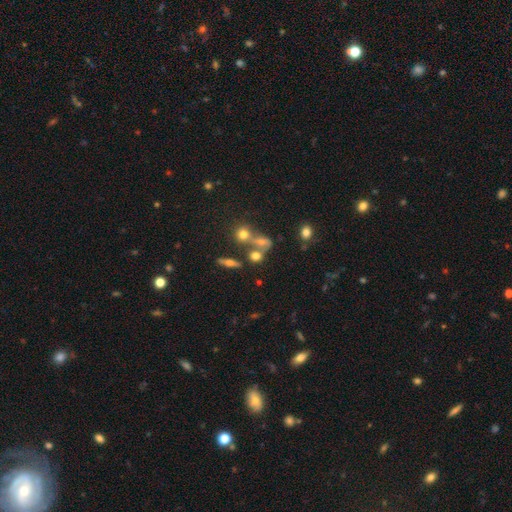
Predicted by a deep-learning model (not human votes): Overall: smooth (55%; featured or disk 26%). How rounded: in between (45%, tied with round). Merging: none (45%; merger 34%).